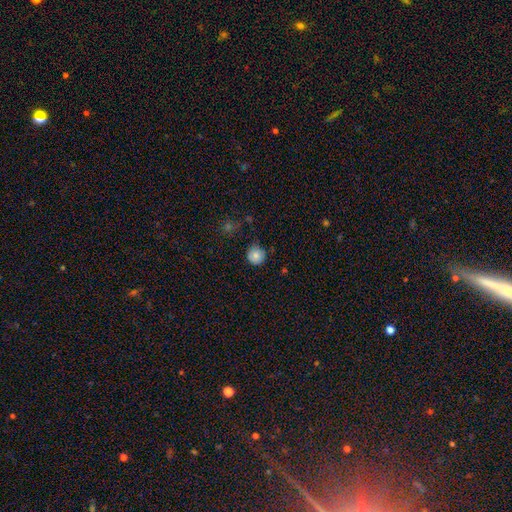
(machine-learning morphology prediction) This appears to be a smooth galaxy with no disk features (82%) that is round (93%). Merging: none (80%).